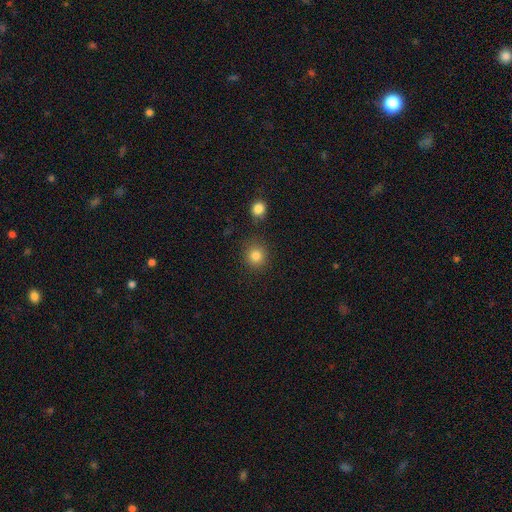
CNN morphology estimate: Overall: smooth (84%). How rounded: round (91%). Merging: none (85%).